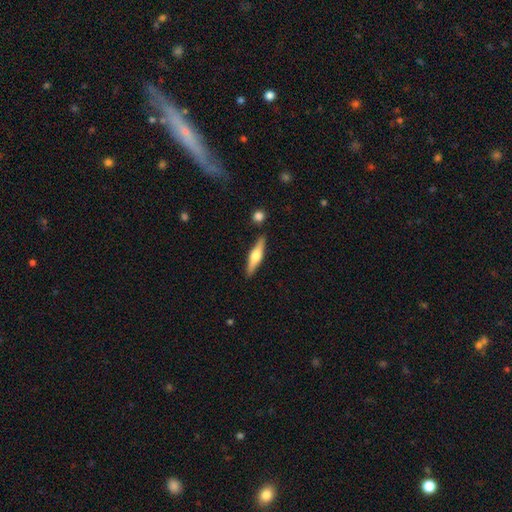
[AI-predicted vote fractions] featured or disk 57%, smooth 37%, star or artifact 6%. Down the decision tree: edge-on disk — yes (95%); edge-on bulge — rounded (92%); merging — none (86%).